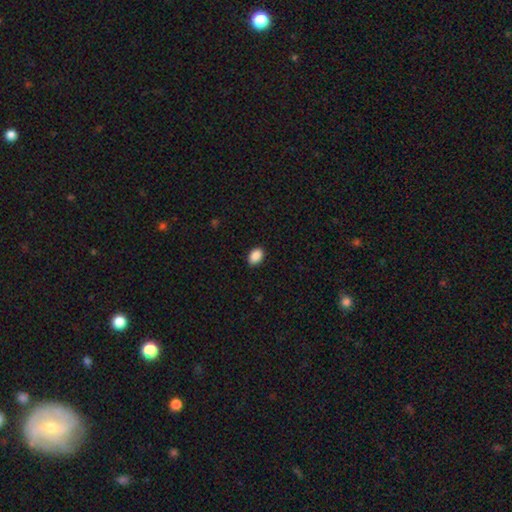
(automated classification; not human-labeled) A smooth galaxy with no disk features (90%) that is in between round and cigar-shaped (82%).

Vote fractions:
- Smooth or featured? smooth: 90% / star or artifact: 8% / featured or disk: 2%
- How rounded? in between: 82% / round: 17% / cigar-shaped: 1%
- Merging? none: 90% / minor disturbance: 8% / major disturbance: 2% / merger: 1%